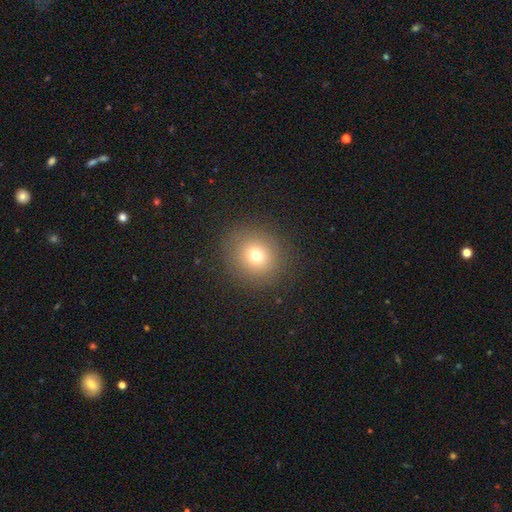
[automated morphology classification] smooth 72%, star or artifact 16%, featured or disk 12%. Down the decision tree: how rounded — round (89%); merging — none (88%).